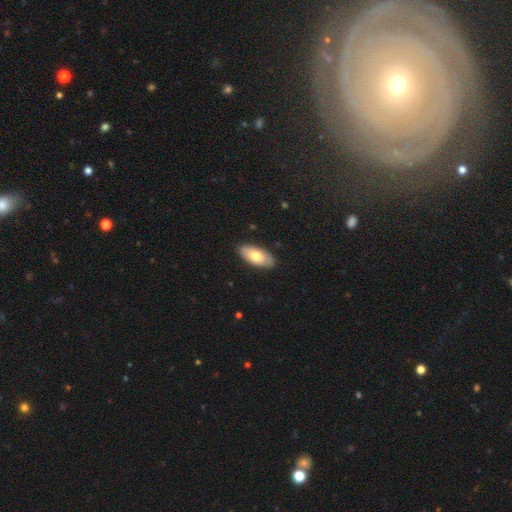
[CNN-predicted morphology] Overall: smooth (72%). How rounded: in between (91%). Merging: none (88%).